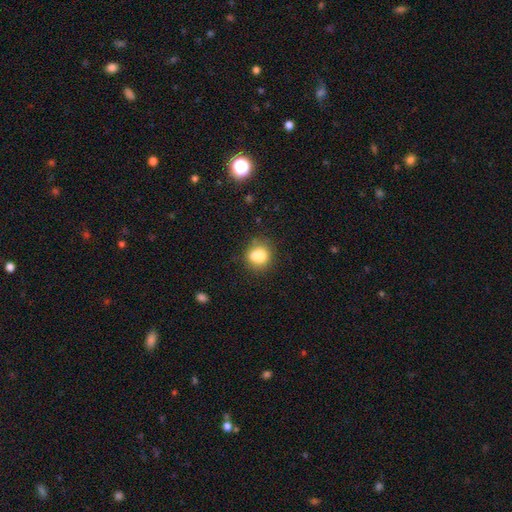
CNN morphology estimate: A smooth galaxy with no disk features (75%) that is round (68%).

Vote fractions:
- Smooth or featured? smooth: 75% / featured or disk: 15% / star or artifact: 11%
- How rounded? round: 68% / in between: 31% / cigar-shaped: 1%
- Merging? none: 53% / merger: 26% / minor disturbance: 16% / major disturbance: 6%